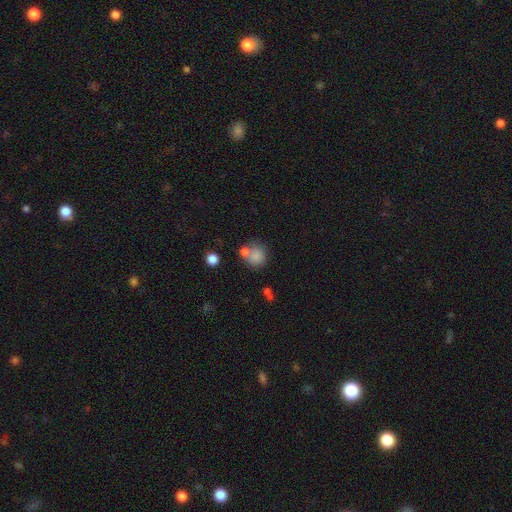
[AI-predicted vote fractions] smooth 79%, star or artifact 11%, featured or disk 9%. Down the decision tree: how rounded — round (81%); merging — none (54%).